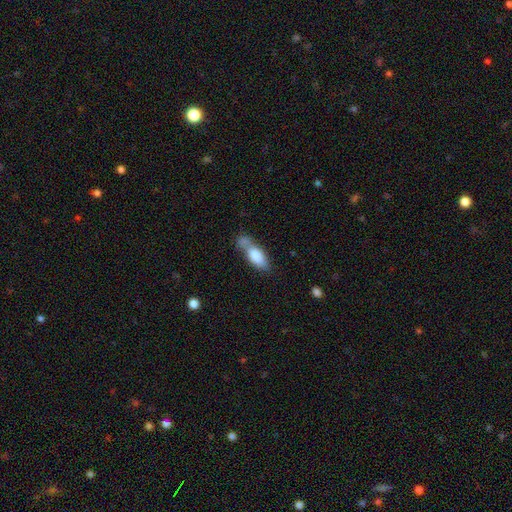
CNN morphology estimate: Smooth or featured? smooth (78%)
How rounded? in between (78%)
Merging? merger (38%)